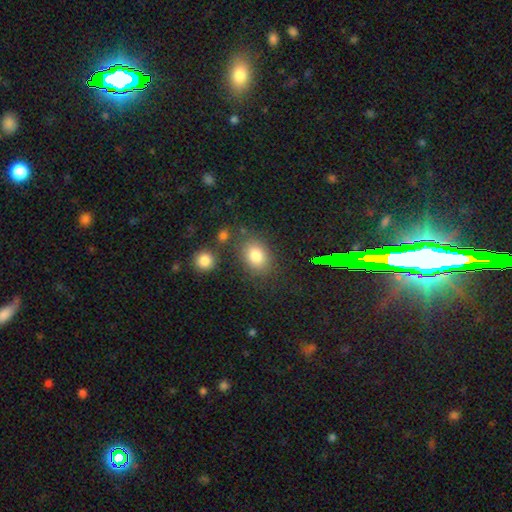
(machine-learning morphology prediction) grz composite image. It shows a smooth galaxy with no disk features (80%) that is in between round and cigar-shaped (61%). Merging: none (77%).